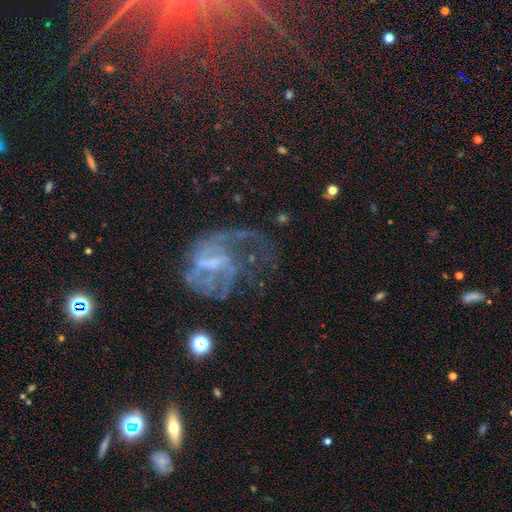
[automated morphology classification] Q: Smooth or featured?
A: featured or disk (60%); runner-up: star or artifact (26%)
Q: Edge-on disk?
A: no (96%); runner-up: yes (4%)
Q: Bar?
A: no (44%); runner-up: weak (41%)
Q: Spiral arms?
A: yes (74%); runner-up: no (26%)
Q: Bulge size?
A: small (44%); runner-up: none (30%)
Q: Merging?
A: major disturbance (40%); runner-up: none (38%)